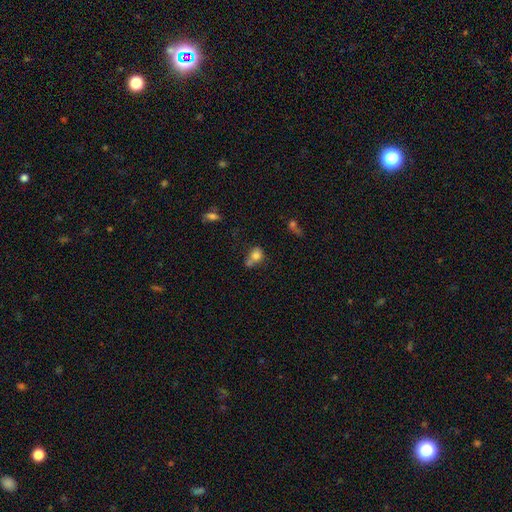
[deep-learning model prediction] smooth_or_featured: smooth (p=0.75) [alt: featured or disk p=0.13]
how_rounded: round (p=0.49) [tied with: in between p=0.49]
merging: merger (p=0.35) [alt: none p=0.33]